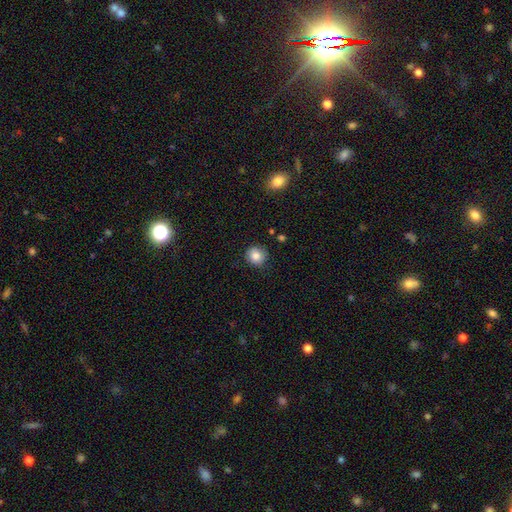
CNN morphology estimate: smooth-or-featured: smooth: 84% | star or artifact: 10% | featured or disk: 7%
  how-rounded: round: 90% | in between: 9% | cigar-shaped: 1%
  merging: none: 84% | minor disturbance: 12% | major disturbance: 3% | merger: 1%